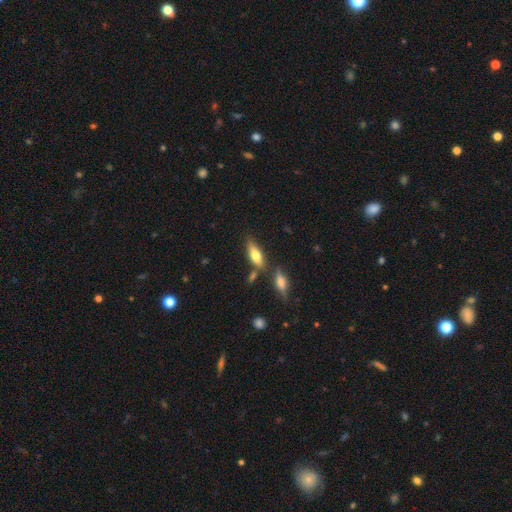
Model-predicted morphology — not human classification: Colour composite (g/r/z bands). It shows a smooth galaxy with no disk features (67%) that is in between round and cigar-shaped (69%). Merging: none (65%).